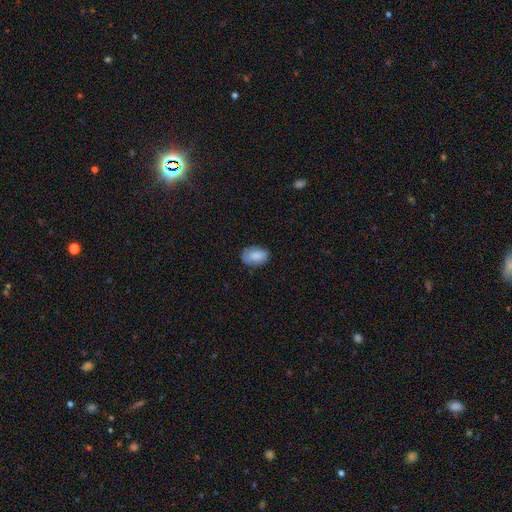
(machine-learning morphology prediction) This is clearly a smooth galaxy (81%). How rounded: clearly in between (88%). Merging: likely none (72%).